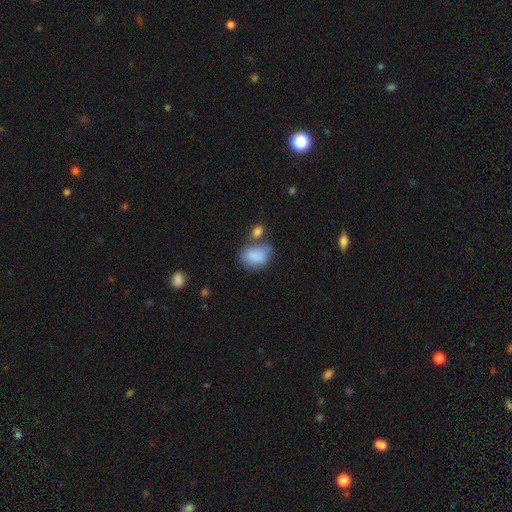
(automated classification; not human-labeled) Q: Smooth or featured?
A: smooth (84%); runner-up: featured or disk (8%)
Q: How rounded?
A: in between (75%); runner-up: round (24%)
Q: Merging?
A: none (43%); runner-up: merger (24%)